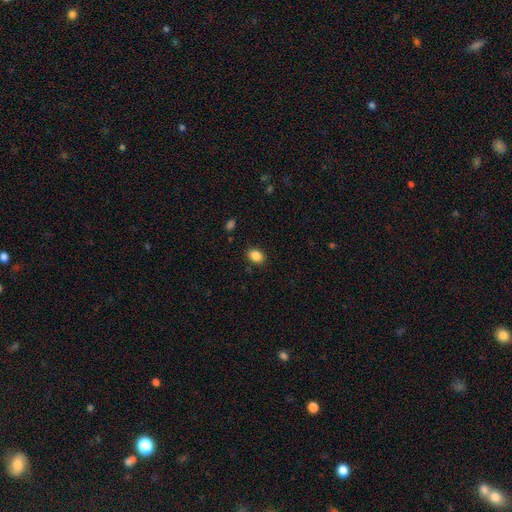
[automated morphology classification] This is clearly a smooth galaxy (87%). How rounded: likely in between (71%). Merging: clearly none (87%).